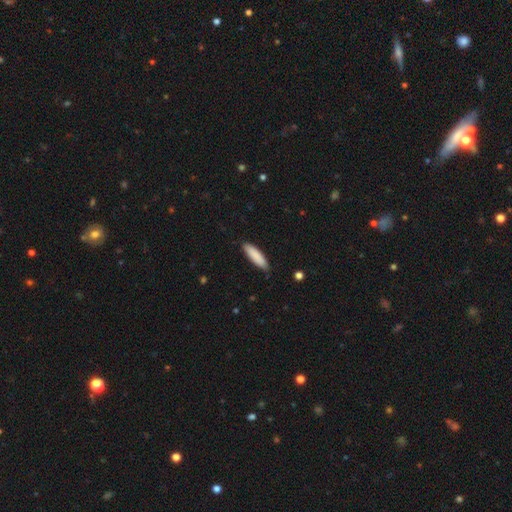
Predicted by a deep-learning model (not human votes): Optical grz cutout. It shows a smooth galaxy with no disk features (87%) that is cigar-shaped (65%). Merging: none (86%).